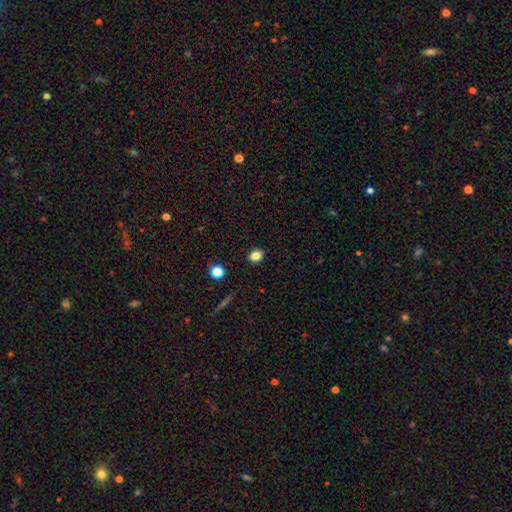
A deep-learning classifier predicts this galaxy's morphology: Smooth or featured? Predicted: smooth (p=0.82). How rounded? Predicted: round (p=0.53). Merging? Predicted: none (p=0.89).